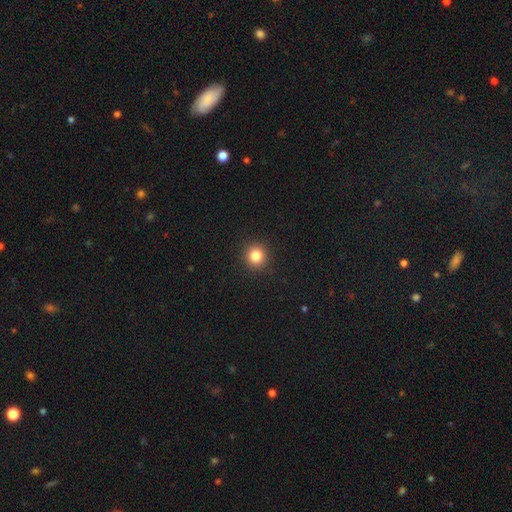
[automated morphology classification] smooth_or_featured: smooth (p=0.84) [alt: star or artifact p=0.12]
how_rounded: round (p=0.93) [alt: in between p=0.06]
merging: none (p=0.92) [alt: minor disturbance p=0.05]